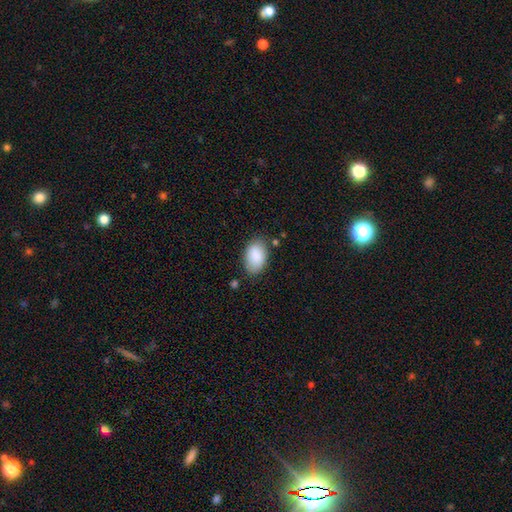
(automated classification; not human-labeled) A smooth galaxy with no disk features (89%) that is in between round and cigar-shaped (92%). Merging: none (77%).